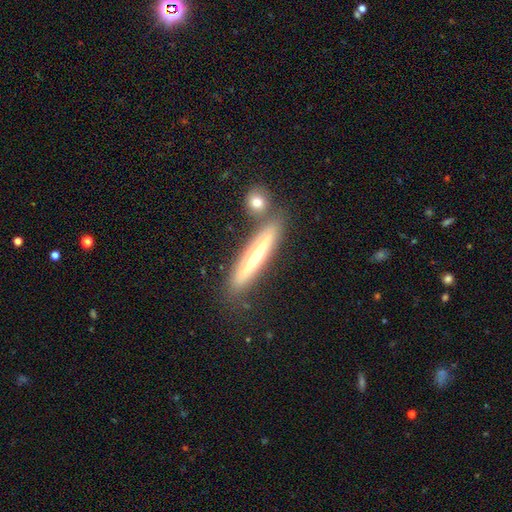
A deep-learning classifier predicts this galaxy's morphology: smooth-or-featured: featured or disk: 52% | smooth: 42% | star or artifact: 7%
  disk-edge-on: yes: 89% | no: 11%
  merging: none: 76% | merger: 11% | minor disturbance: 10% | major disturbance: 3%